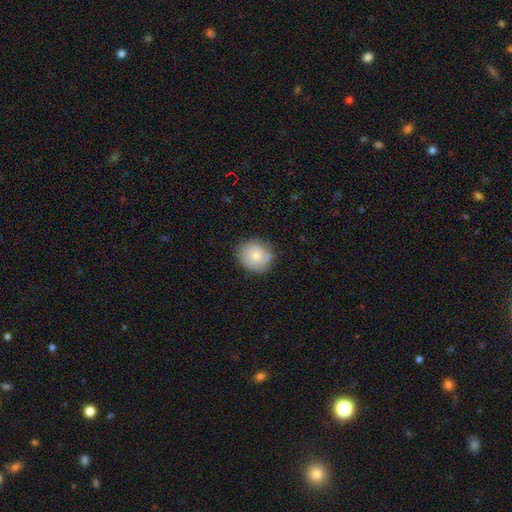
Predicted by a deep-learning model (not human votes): Q: Smooth or featured?
A: smooth (73%); runner-up: featured or disk (20%)
Q: How rounded?
A: round (80%); runner-up: in between (19%)
Q: Merging?
A: none (76%); runner-up: minor disturbance (18%)